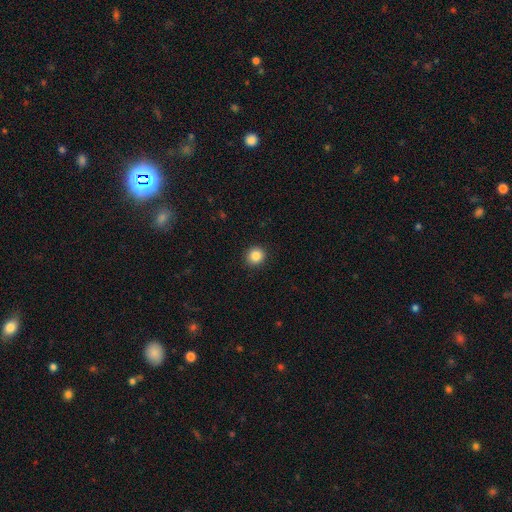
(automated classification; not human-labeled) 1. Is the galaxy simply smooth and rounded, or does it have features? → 86% smooth, 10% star or artifact, 4% featured or disk.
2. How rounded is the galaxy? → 92% round, 7% in between, 1% cigar-shaped.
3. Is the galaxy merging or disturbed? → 92% none, 5% minor disturbance, 2% major disturbance, 1% merger.